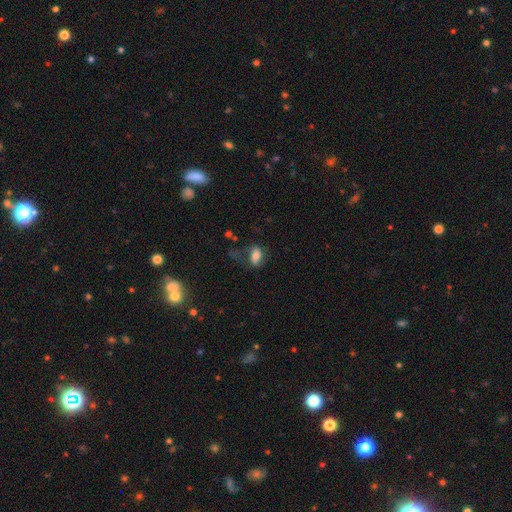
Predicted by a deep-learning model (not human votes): smooth_or_featured: smooth (p=0.66) [alt: featured or disk p=0.24]
how_rounded: in between (p=0.86) [alt: round p=0.11]
merging: none (p=0.53) [alt: minor disturbance p=0.24]